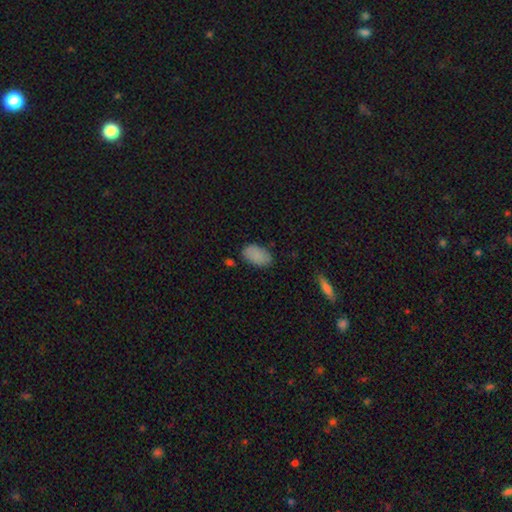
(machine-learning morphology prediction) A smooth galaxy with no disk features (87%) that is in between round and cigar-shaped (94%). Merging: none (79%).